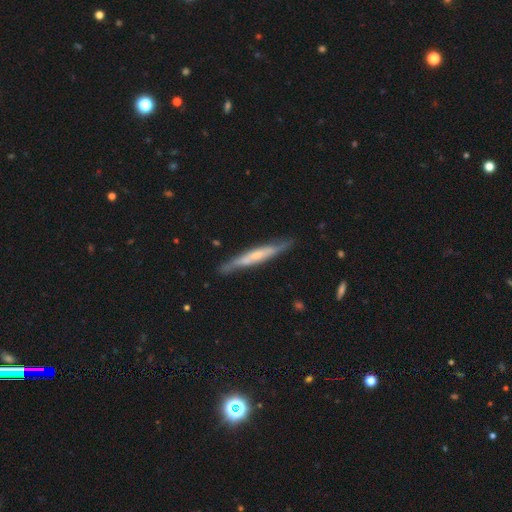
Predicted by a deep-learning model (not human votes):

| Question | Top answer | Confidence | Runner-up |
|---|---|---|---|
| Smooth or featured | featured or disk | 61% | smooth (34%) |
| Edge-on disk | yes | 86% | no (14%) |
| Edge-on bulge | none | 47% | rounded (37%) |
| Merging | none | 81% | minor disturbance (15%) |